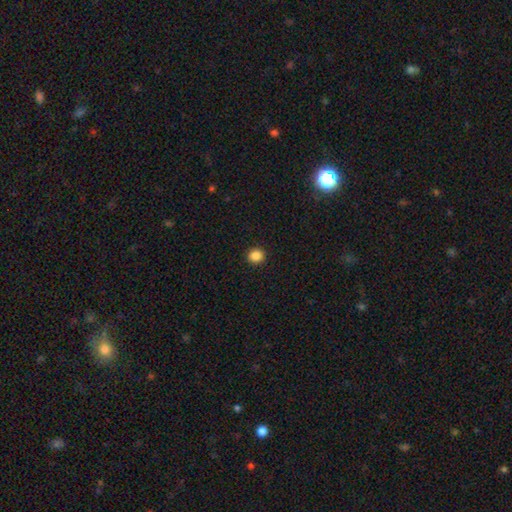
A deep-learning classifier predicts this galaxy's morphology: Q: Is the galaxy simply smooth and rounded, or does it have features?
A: smooth — 87%.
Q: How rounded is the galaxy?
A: round — 91%.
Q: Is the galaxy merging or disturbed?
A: none — 93%.